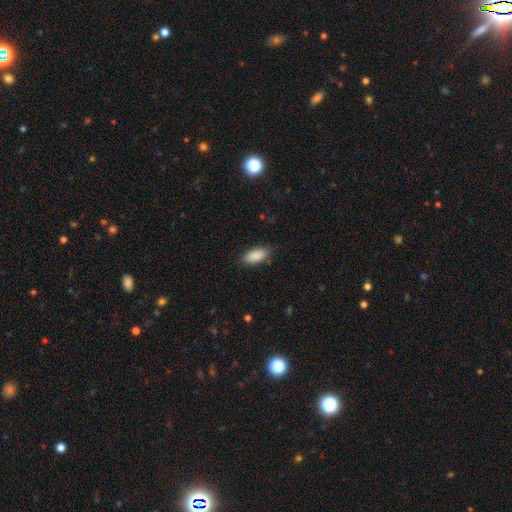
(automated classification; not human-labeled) Smooth or featured? Predicted: smooth (p=0.89). How rounded? Predicted: in between (p=0.88). Merging? Predicted: none (p=0.85).